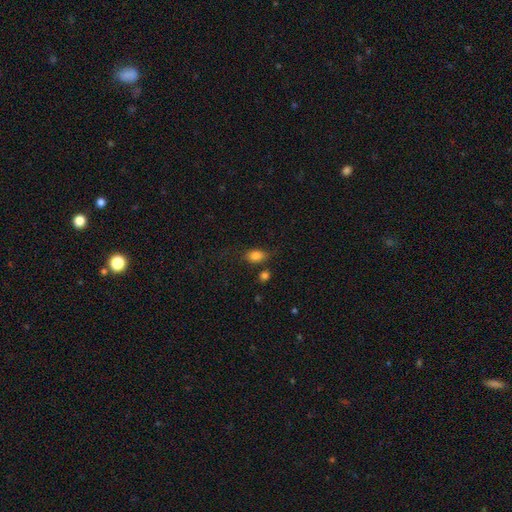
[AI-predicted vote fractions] Smooth or featured: smooth — 84% (star or artifact — 9%)
How rounded: in between — 79% (round — 19%)
Merging: none — 68% (minor disturbance — 17%)